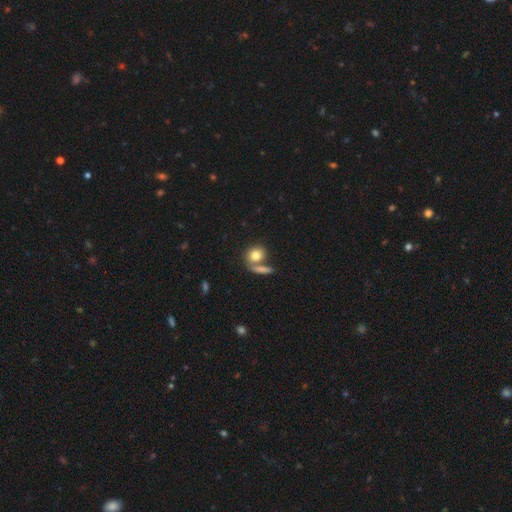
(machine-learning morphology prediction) Q: Smooth or featured?
A: smooth (78%); runner-up: featured or disk (13%)
Q: How rounded?
A: round (57%); runner-up: in between (39%)
Q: Merging?
A: none (50%); runner-up: merger (35%)